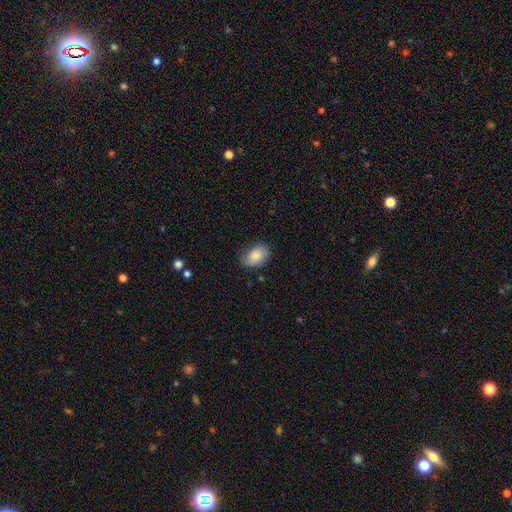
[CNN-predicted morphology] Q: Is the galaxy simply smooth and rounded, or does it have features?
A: smooth — 83%.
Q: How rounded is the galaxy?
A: in between — 86%.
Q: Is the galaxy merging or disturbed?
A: none — 74%.